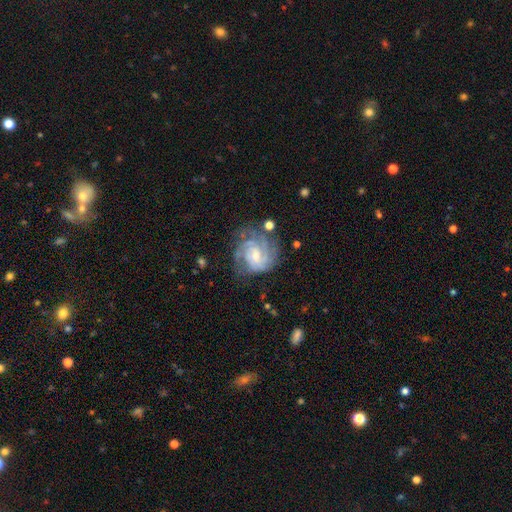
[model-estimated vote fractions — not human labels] This is clearly a featured or disk galaxy (83%). It is clearly not viewed edge-on (98%). Bar: possibly no (48%). Spiral arm pattern: clearly yes (95%). Spiral arm count: marginally can't tell (30%). Spiral winding: likely tight (61%). Central bulge: possibly small (48%). Merging: likely none (63%).